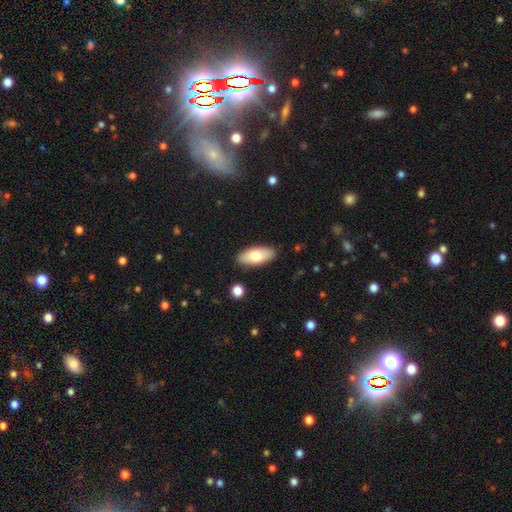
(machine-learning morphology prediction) smooth 73%, featured or disk 21%, star or artifact 6%. Down the decision tree: how rounded — in between (85%); merging — none (88%).